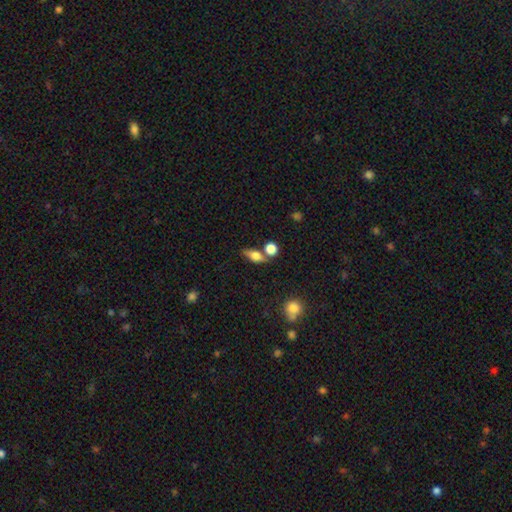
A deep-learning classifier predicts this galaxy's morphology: This appears to be a smooth galaxy with no disk features (69%) that is in between round and cigar-shaped (67%). Merging: none (60%).